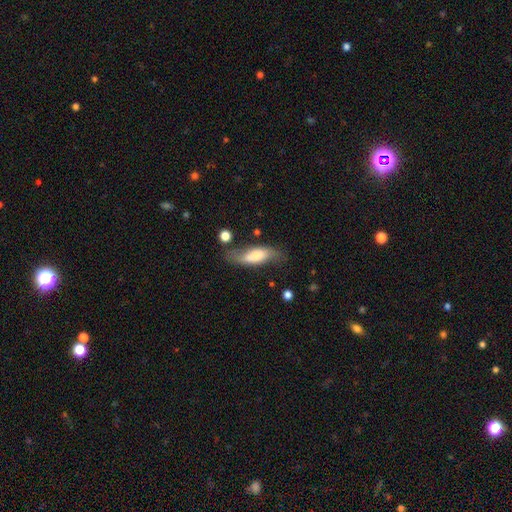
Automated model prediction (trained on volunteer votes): Smooth or featured?
  - smooth: 62% *
  - featured or disk: 31%
  - star or artifact: 7%
How rounded?
  - in between: 63% *
  - cigar-shaped: 35%
  - round: 3%
Merging?
  - none: 59% *
  - minor disturbance: 26%
  - major disturbance: 10%
  - merger: 5%